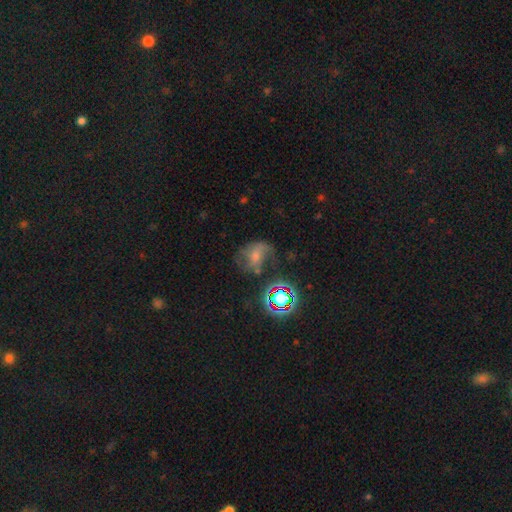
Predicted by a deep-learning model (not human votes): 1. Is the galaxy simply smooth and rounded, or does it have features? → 46% featured or disk, 31% star or artifact, 24% smooth.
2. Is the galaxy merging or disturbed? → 44% none, 26% major disturbance, 23% minor disturbance, 7% merger.